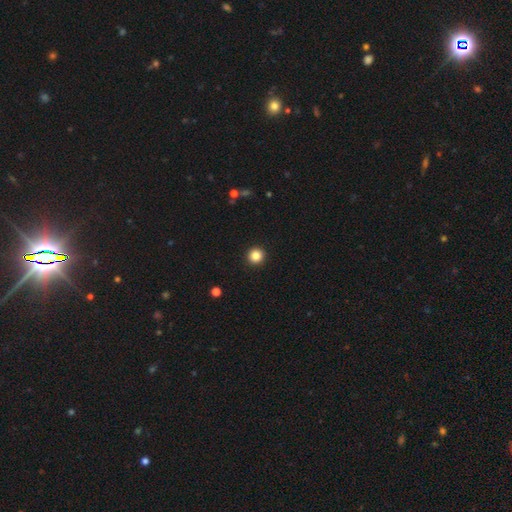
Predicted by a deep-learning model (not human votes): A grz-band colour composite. It shows a smooth galaxy with no disk features (85%) that is round (95%). Merging: none (94%).